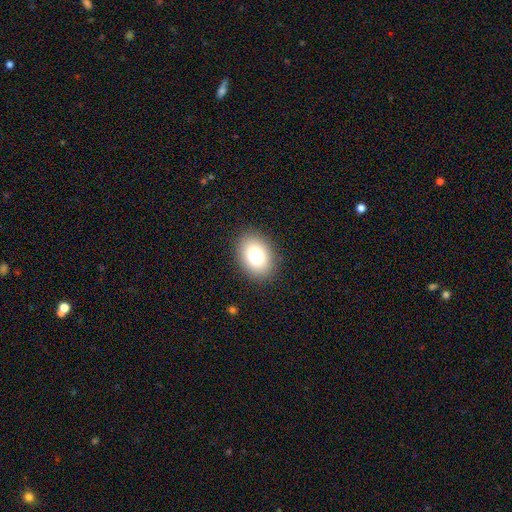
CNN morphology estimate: A smooth galaxy with no disk features (79%) that is in between round and cigar-shaped (74%). Merging: none (88%).